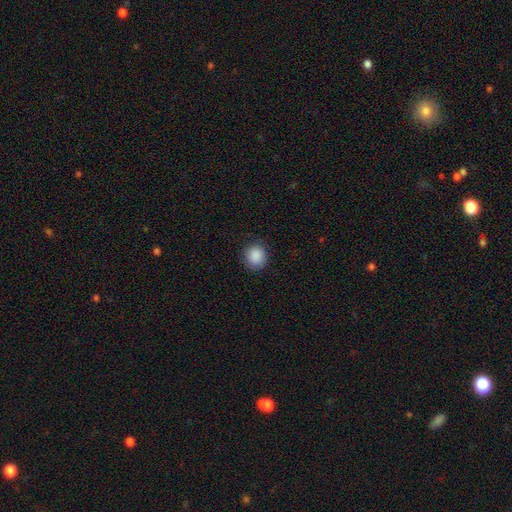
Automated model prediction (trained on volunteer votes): The model was most divided on "how rounded": round: 86%, in between: 13%, cigar-shaped: 1%. More confident: smooth or featured — smooth (89%); merging — none (87%).